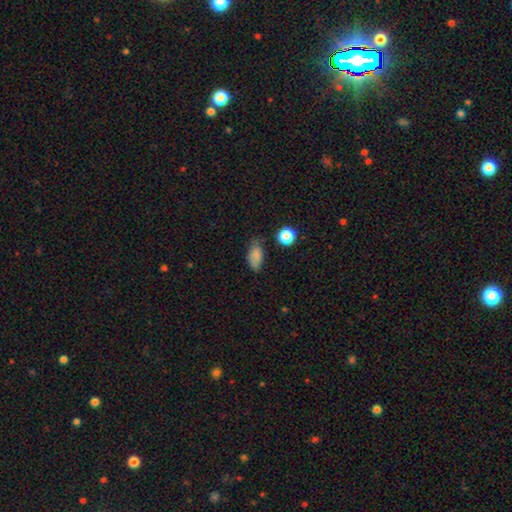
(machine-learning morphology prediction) Q: Smooth or featured?
A: smooth (82%); runner-up: star or artifact (10%)
Q: How rounded?
A: in between (86%); runner-up: round (8%)
Q: Merging?
A: none (56%); runner-up: minor disturbance (32%)